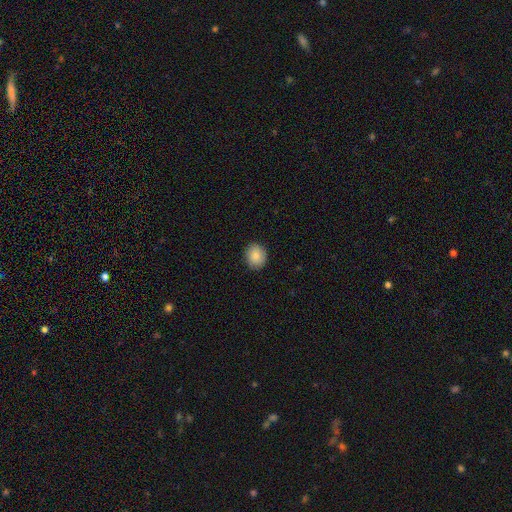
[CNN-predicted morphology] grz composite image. It shows a smooth galaxy with no disk features (85%) that is round (65%). Merging: none (88%).